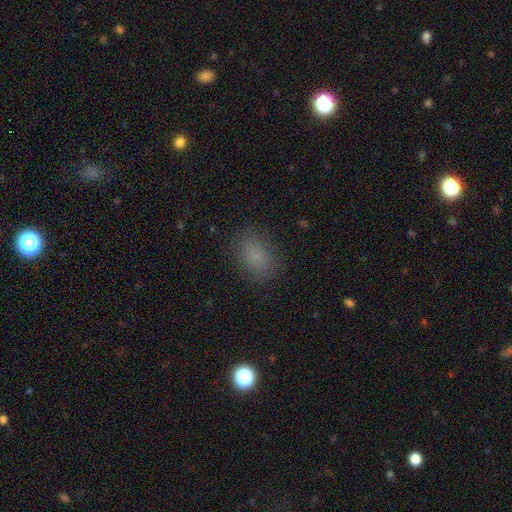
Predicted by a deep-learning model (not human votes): smooth-or-featured: smooth: 82% | star or artifact: 13% | featured or disk: 5%
  how-rounded: in between: 77% | round: 22% | cigar-shaped: 2%
  merging: none: 84% | minor disturbance: 11% | major disturbance: 4% | merger: 1%